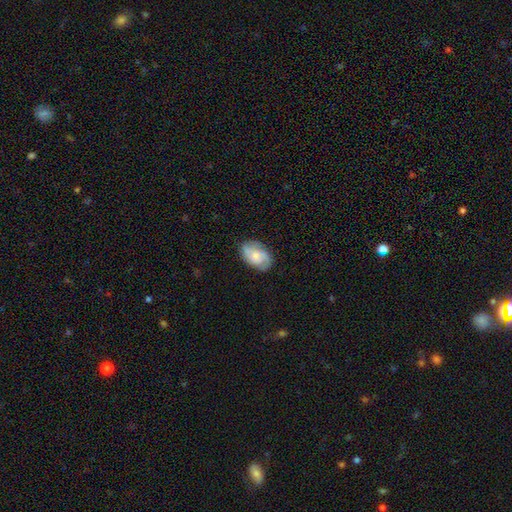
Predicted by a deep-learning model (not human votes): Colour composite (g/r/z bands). It shows a featured or disk galaxy (56%) with no bar (68%), spiral arms (88%) and a small central bulge (45%). Merging: none (75%).